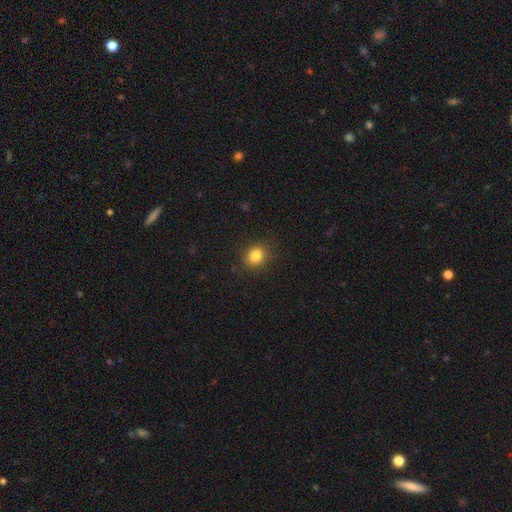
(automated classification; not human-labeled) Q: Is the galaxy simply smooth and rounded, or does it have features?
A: smooth — 84%.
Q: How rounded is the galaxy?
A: round — 58%.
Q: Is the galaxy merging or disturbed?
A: none — 87%.